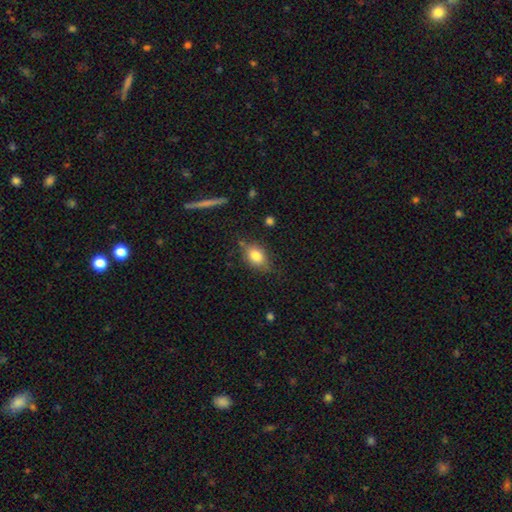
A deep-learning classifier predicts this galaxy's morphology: smooth_or_featured: smooth (p=0.79) [alt: featured or disk p=0.12]
how_rounded: in between (p=0.76) [alt: round p=0.21]
merging: none (p=0.71) [alt: minor disturbance p=0.21]